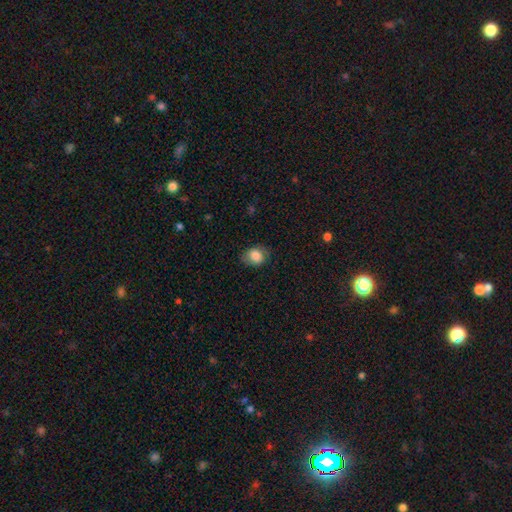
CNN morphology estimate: Smooth or featured?
  - smooth: 83% *
  - star or artifact: 9%
  - featured or disk: 9%
How rounded?
  - in between: 51% *
  - round: 48%
  - cigar-shaped: 1%
Merging?
  - none: 75% *
  - minor disturbance: 19%
  - major disturbance: 5%
  - merger: 1%